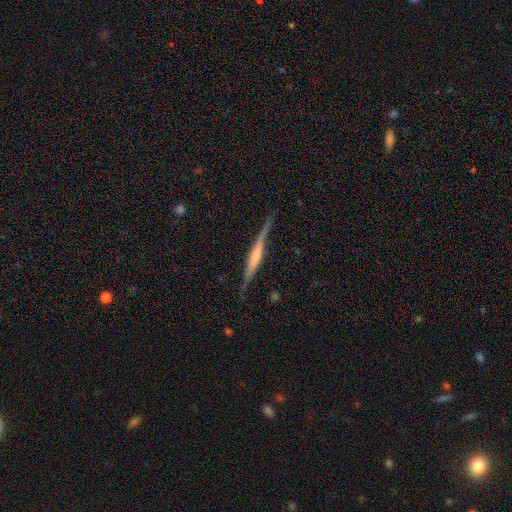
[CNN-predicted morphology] smooth-or-featured: featured or disk: 80% | smooth: 14% | star or artifact: 6%
  disk-edge-on: yes: 98% | no: 2%
    edge-on-bulge: rounded: 65% | boxy: 17% | none: 17%
  merging: none: 89% | minor disturbance: 8% | major disturbance: 2% | merger: 1%